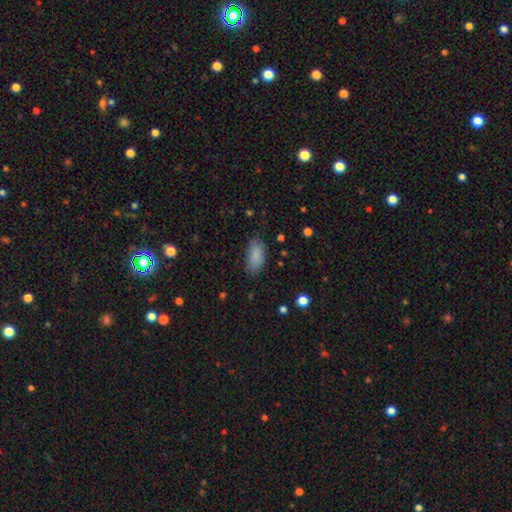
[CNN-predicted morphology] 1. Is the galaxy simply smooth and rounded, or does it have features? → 87% smooth, 8% star or artifact, 6% featured or disk.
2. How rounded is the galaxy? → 90% in between, 7% cigar-shaped, 3% round.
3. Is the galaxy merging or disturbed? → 77% none, 17% minor disturbance, 4% major disturbance, 1% merger.